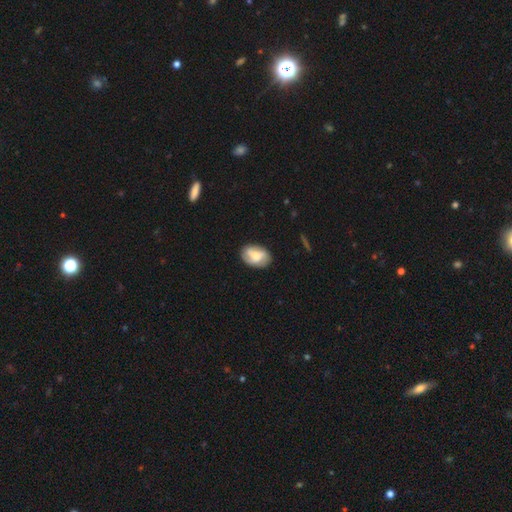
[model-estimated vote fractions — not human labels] smooth 52%, featured or disk 41%, star or artifact 7%. Down the decision tree: how rounded — in between (80%); merging — none (75%).